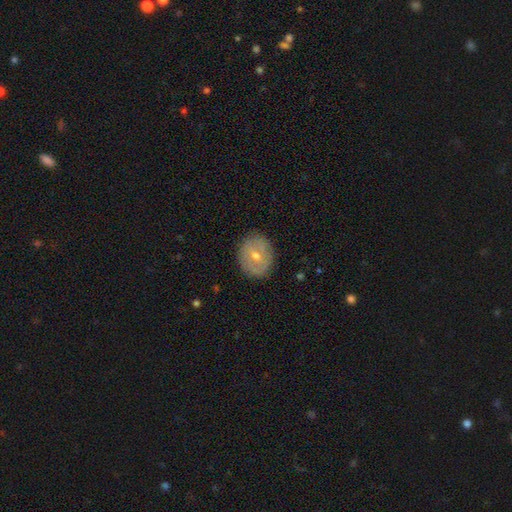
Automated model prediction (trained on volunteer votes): This appears to be a featured or disk galaxy (47%). Merging: none (83%).